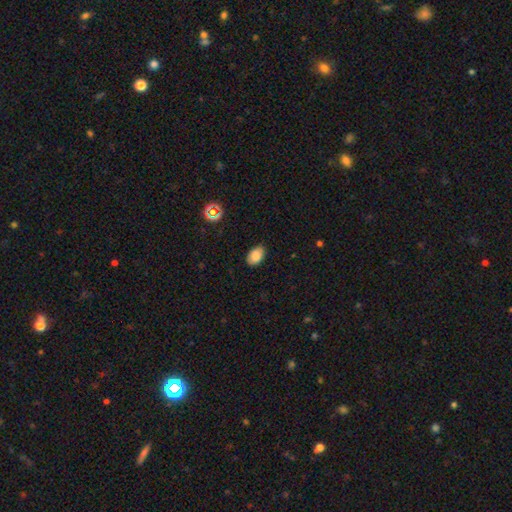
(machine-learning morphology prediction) This appears to be a smooth galaxy with no disk features (85%) that is in between round and cigar-shaped (89%). Merging: none (80%).